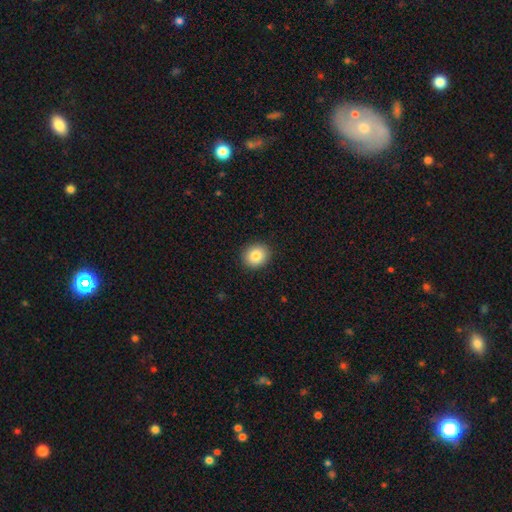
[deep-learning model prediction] This appears to be a smooth galaxy with no disk features (84%) that is round (74%). Merging: none (91%).